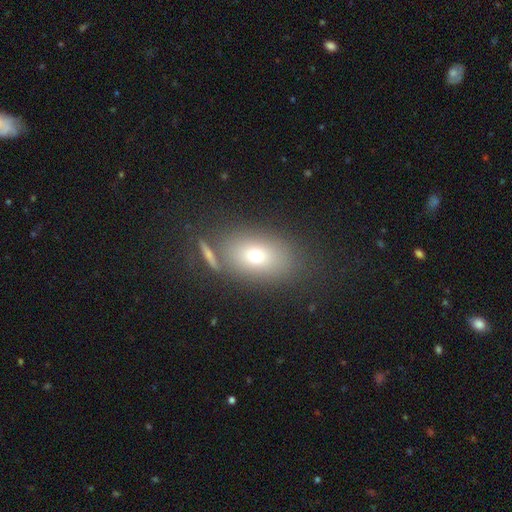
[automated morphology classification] smooth 66%, featured or disk 18%, star or artifact 16%. Down the decision tree: how rounded — in between (78%); merging — none (69%).